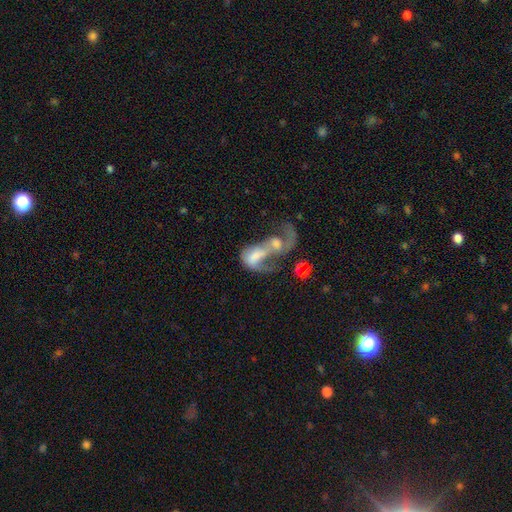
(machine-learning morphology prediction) Smooth or featured? featured or disk (49%)
Merging? merger (72%)